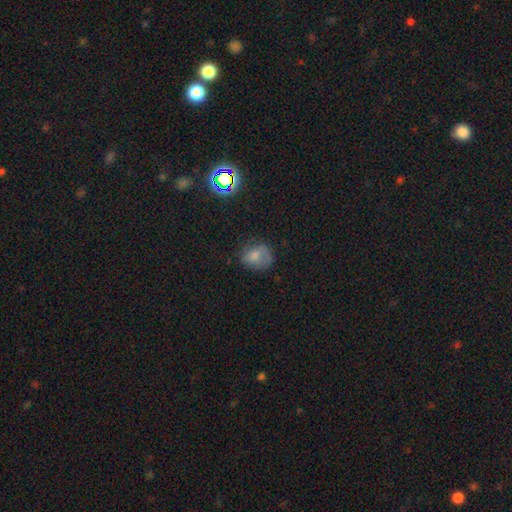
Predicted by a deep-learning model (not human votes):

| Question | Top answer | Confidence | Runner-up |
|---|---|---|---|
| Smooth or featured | smooth | 67% | featured or disk (20%) |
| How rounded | round | 59% | in between (40%) |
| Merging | none | 57% | minor disturbance (28%) |